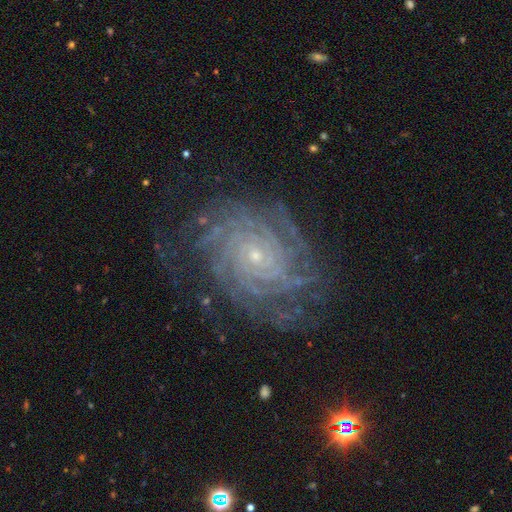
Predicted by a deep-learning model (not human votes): Overall: featured or disk (88%). Edge-on disk: no (97%). Bar: no (78%). Spiral arms: yes (98%). Spiral arm count: more than 4 (29%; can't tell 25%). Spiral winding: tight (80%). Bulge size: small (86%). Merging: none (76%).